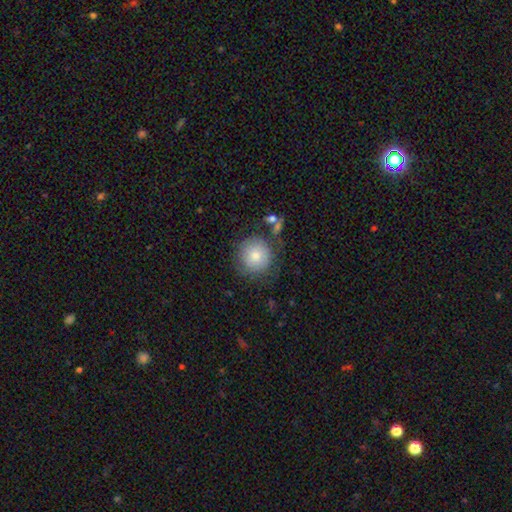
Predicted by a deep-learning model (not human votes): The model was most divided on "merging": none: 73%, minor disturbance: 16%, major disturbance: 7%, merger: 4%. More confident: how rounded — round (94%); smooth or featured — smooth (78%).